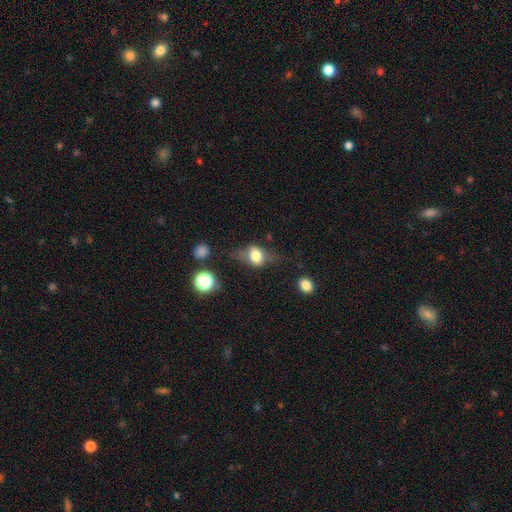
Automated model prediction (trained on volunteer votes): A smooth galaxy with no disk features (56%) that is in between round and cigar-shaped (66%). Merging: none (54%).